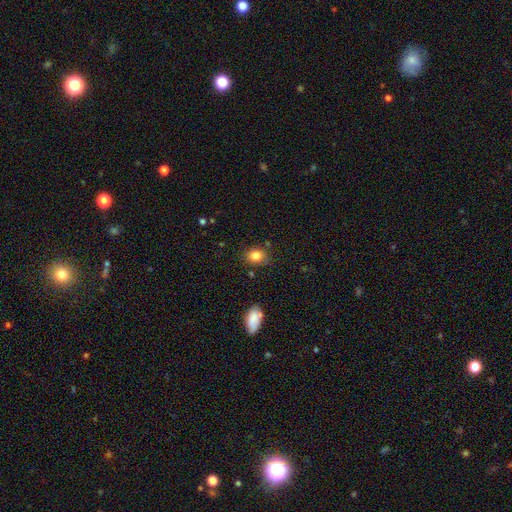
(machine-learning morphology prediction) A smooth galaxy with no disk features (82%) that is in between round and cigar-shaped (51%). Merging: none (79%).